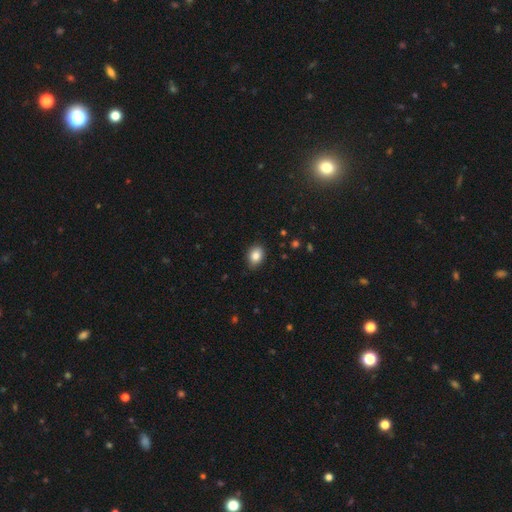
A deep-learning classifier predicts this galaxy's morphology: A smooth galaxy with no disk features (86%) that is in between round and cigar-shaped (67%).

Vote fractions:
- Smooth or featured? smooth: 86% / star or artifact: 9% / featured or disk: 6%
- How rounded? in between: 67% / round: 32% / cigar-shaped: 1%
- Merging? none: 85% / minor disturbance: 12% / major disturbance: 2% / merger: 1%